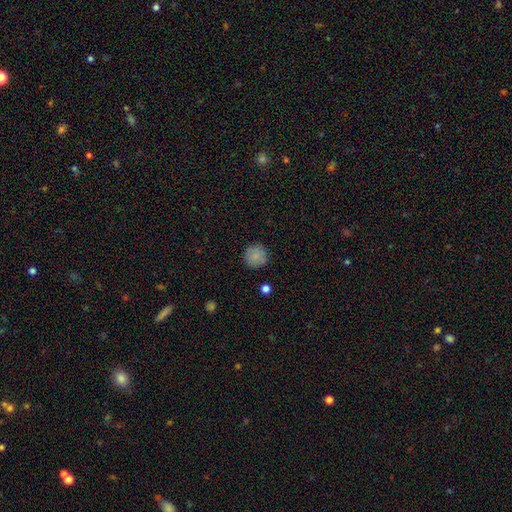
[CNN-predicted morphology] smooth 85%, star or artifact 9%, featured or disk 6%. Down the decision tree: how rounded — round (94%); merging — none (88%).